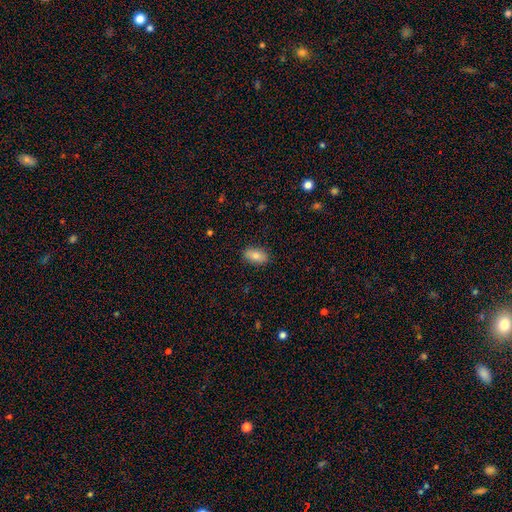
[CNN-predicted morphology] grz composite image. It shows a smooth galaxy with no disk features (81%) that is in between round and cigar-shaped (90%). Merging: none (88%).